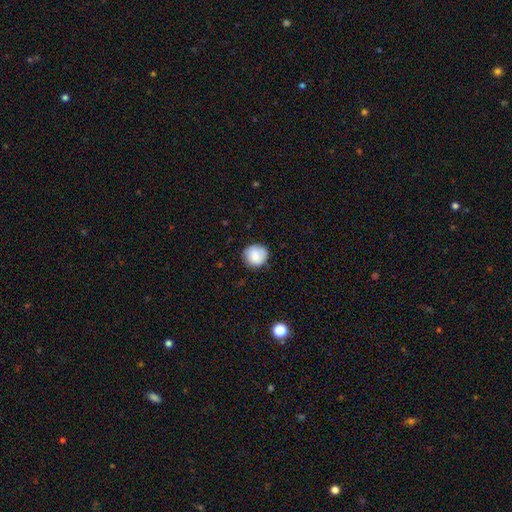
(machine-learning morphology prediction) smooth-or-featured: smooth: 81% | featured or disk: 11% | star or artifact: 8%
  how-rounded: round: 89% | in between: 10% | cigar-shaped: 1%
  merging: none: 81% | minor disturbance: 14% | major disturbance: 3% | merger: 1%